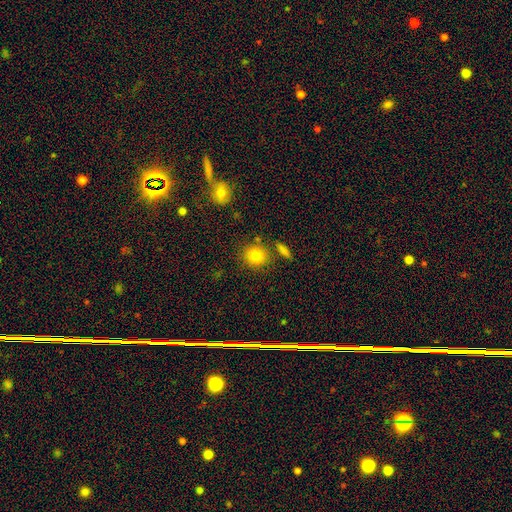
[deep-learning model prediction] This is clearly a smooth galaxy (83%). How rounded: clearly round (83%). Merging: likely none (80%).